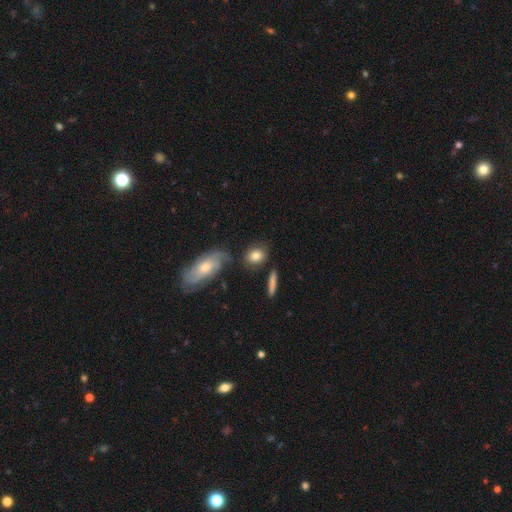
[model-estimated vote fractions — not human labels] Smooth or featured?
  - smooth: 80% *
  - featured or disk: 13%
  - star or artifact: 7%
How rounded?
  - in between: 50% *
  - round: 44%
  - cigar-shaped: 6%
Merging?
  - none: 73% *
  - minor disturbance: 15%
  - merger: 8%
  - major disturbance: 5%